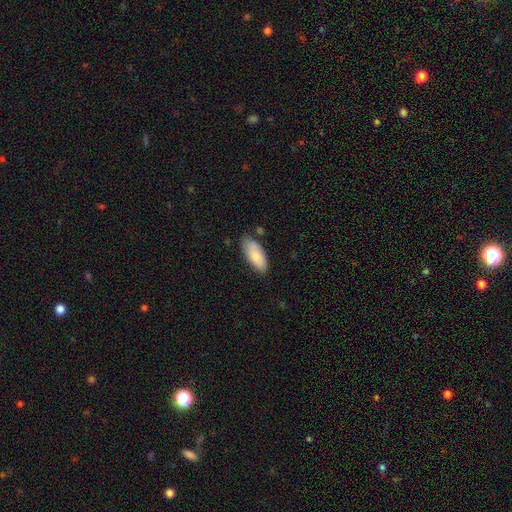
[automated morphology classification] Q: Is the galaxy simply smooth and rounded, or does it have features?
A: smooth — 83%.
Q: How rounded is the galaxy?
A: in between — 85%.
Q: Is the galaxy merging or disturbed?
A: none — 74%.